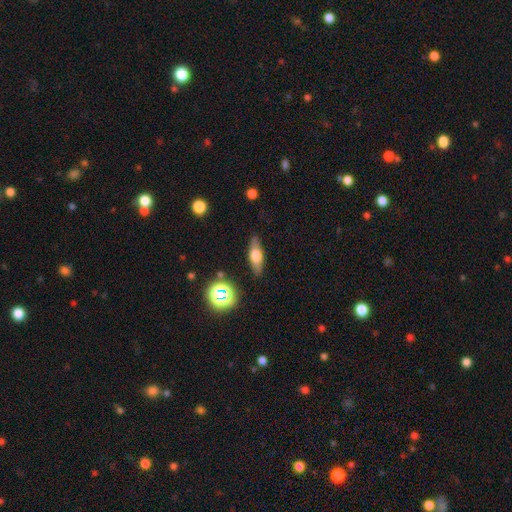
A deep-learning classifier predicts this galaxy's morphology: Smooth or featured? smooth (50%)
Merging? none (85%)